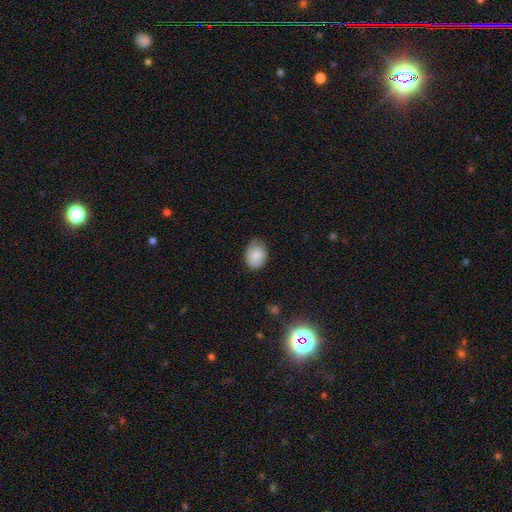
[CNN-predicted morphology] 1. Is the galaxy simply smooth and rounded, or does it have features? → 85% smooth, 8% star or artifact, 7% featured or disk.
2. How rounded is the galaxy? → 62% in between, 37% round, 1% cigar-shaped.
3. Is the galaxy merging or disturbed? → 70% none, 25% minor disturbance, 4% major disturbance, 1% merger.